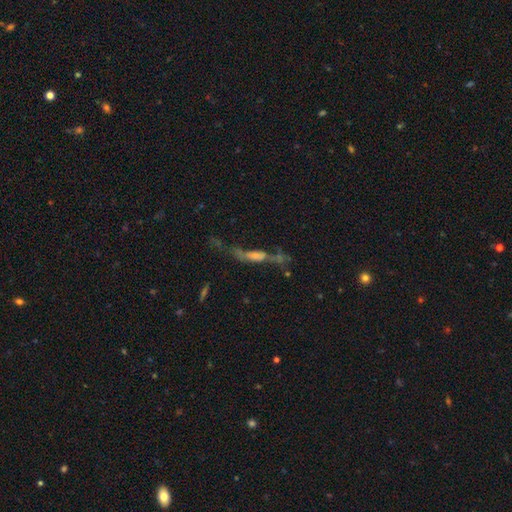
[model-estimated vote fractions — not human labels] Smooth or featured? featured or disk (52%)
Edge-on disk? yes (52%)
Merging? none (37%)